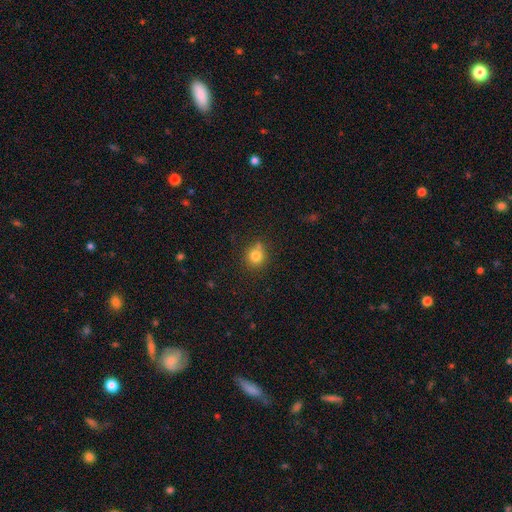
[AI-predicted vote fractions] This appears to be a smooth galaxy with no disk features (80%) that is round (86%). Merging: none (68%).